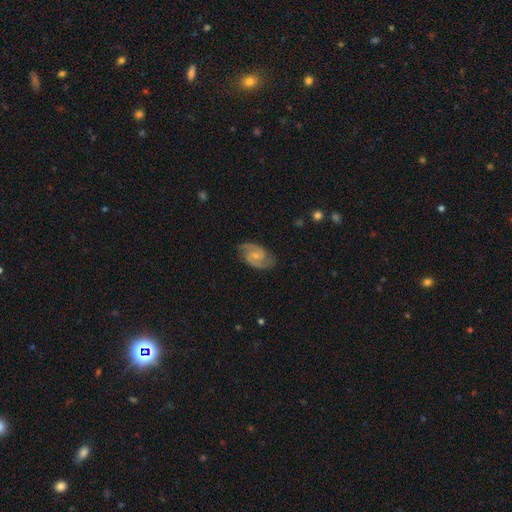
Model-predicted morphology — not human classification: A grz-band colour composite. It shows a featured or disk galaxy (89%) with a weak bar (46%), 2 (93%) medium (59%) spiral arms (98%) and a small central bulge (62%). Merging: none (84%).